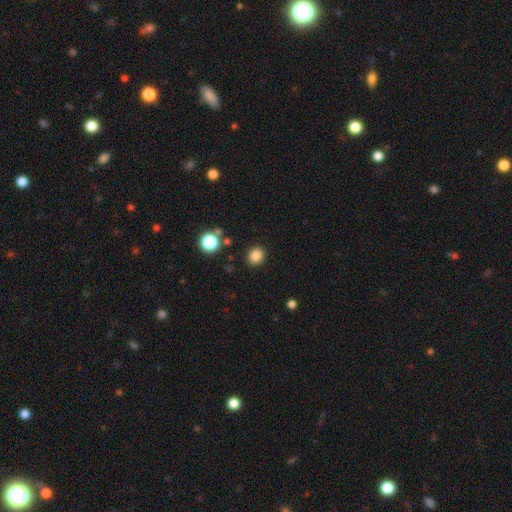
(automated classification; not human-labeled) Smooth or featured: smooth — 84% (star or artifact — 12%)
How rounded: round — 89% (in between — 10%)
Merging: none — 89% (minor disturbance — 6%)